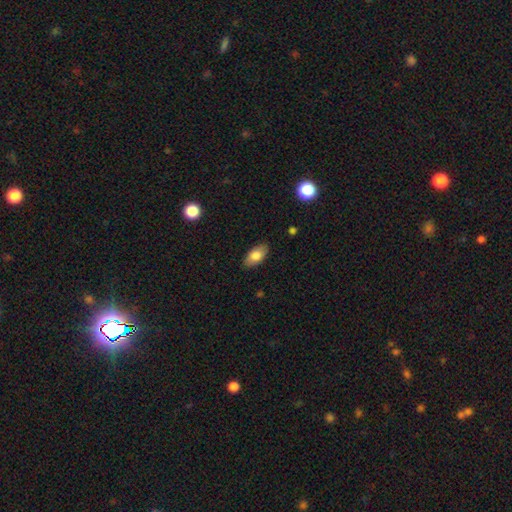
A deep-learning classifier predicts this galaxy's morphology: The model was most divided on "smooth or featured": smooth: 78%, featured or disk: 15%, star or artifact: 7%. More confident: how rounded — in between (92%); merging — none (87%).